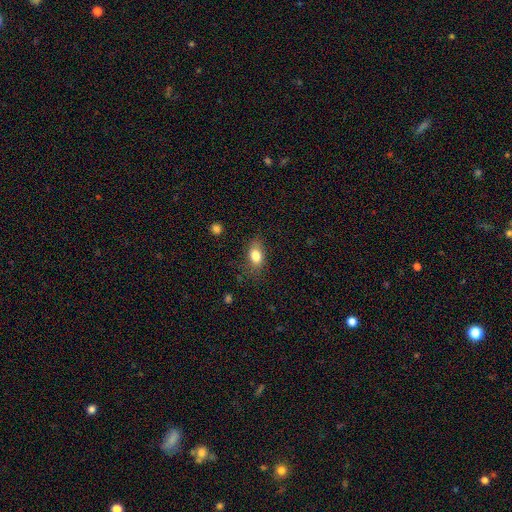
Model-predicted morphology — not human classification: Smooth or featured? smooth (81%)
How rounded? in between (79%)
Merging? none (76%)